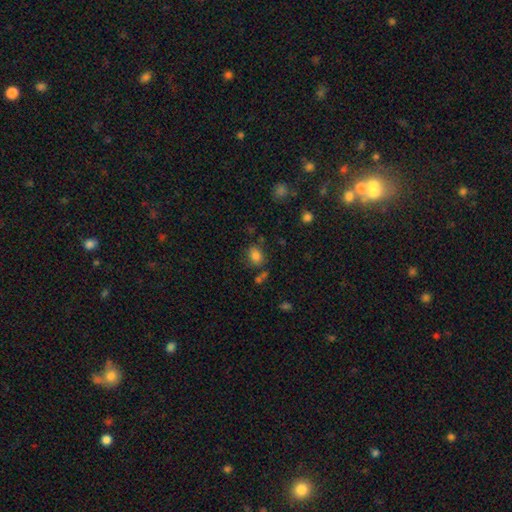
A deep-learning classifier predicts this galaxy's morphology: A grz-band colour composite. It shows a smooth galaxy with no disk features (81%) that is in between round and cigar-shaped (52%). Merging: none (71%).